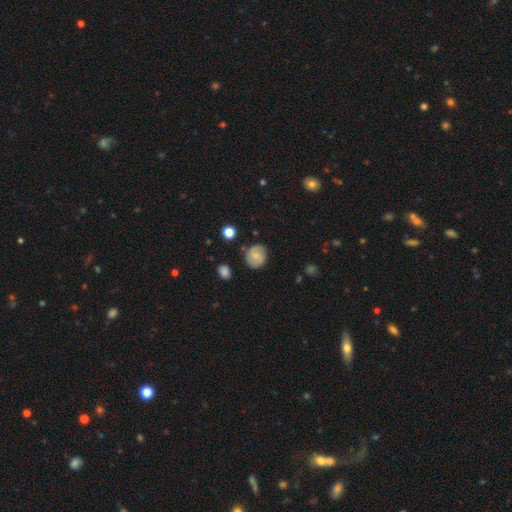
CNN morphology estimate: A smooth galaxy with no disk features (54%) that is round (74%). Merging: none (80%).